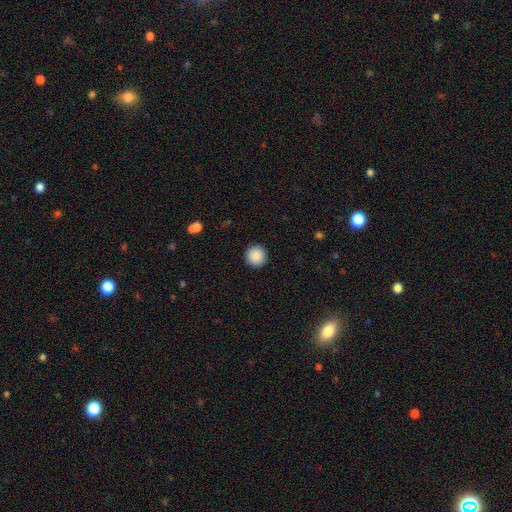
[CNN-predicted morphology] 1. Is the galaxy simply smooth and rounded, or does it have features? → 89% smooth, 8% star or artifact, 3% featured or disk.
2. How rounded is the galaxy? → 96% round, 3% in between, 1% cigar-shaped.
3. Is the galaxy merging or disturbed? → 93% none, 4% minor disturbance, 2% major disturbance, 1% merger.